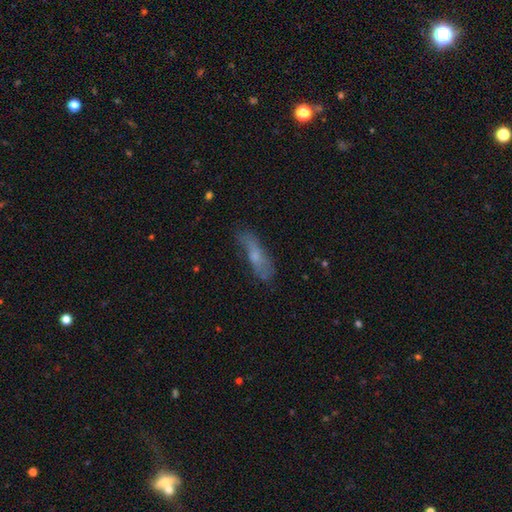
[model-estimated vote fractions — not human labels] Smooth or featured? smooth (53%)
How rounded? cigar-shaped (58%)
Merging? none (58%)